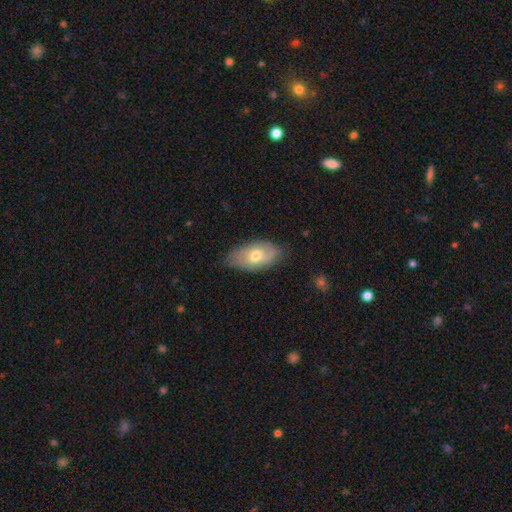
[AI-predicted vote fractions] Overall: smooth (48%; featured or disk 46%). Merging: none (69%).